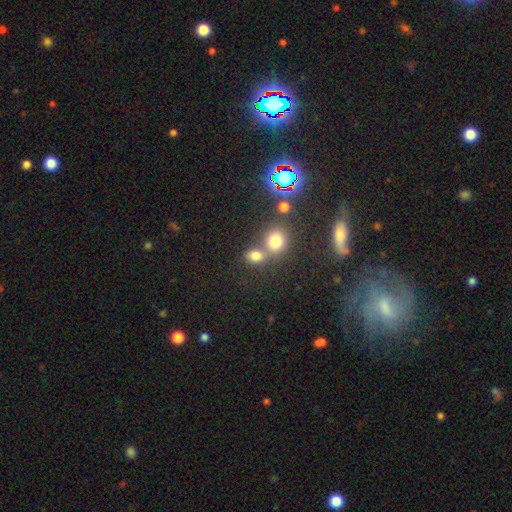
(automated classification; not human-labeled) smooth-or-featured: smooth: 72% | star or artifact: 19% | featured or disk: 8%
  how-rounded: round: 53% | in between: 46% | cigar-shaped: 2%
  merging: none: 48% | merger: 39% | minor disturbance: 9% | major disturbance: 4%